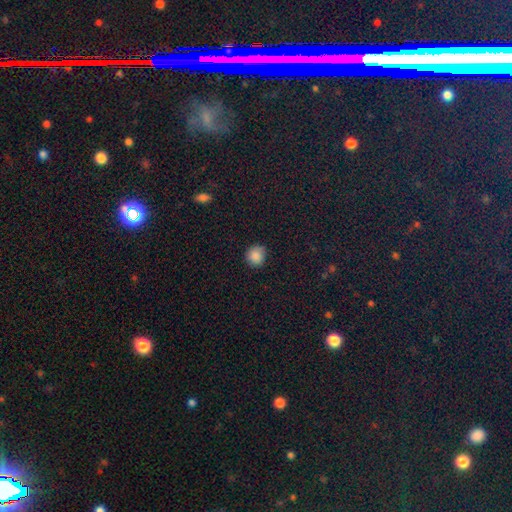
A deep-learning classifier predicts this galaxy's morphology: type=smooth (87%); roundness=round (90%); merging=none (84%).